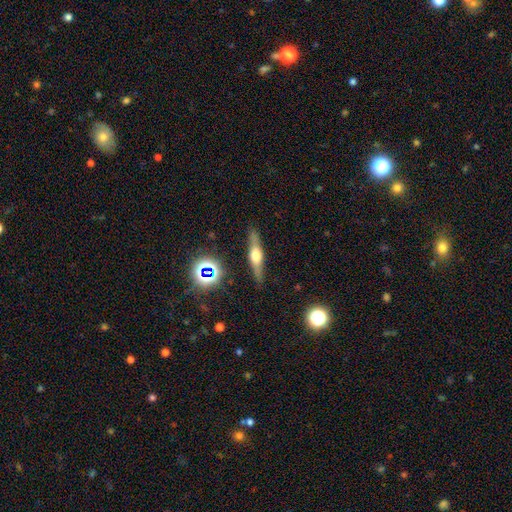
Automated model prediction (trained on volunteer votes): smooth_or_featured: featured or disk (p=0.65) [alt: smooth p=0.26]
disk_edge_on: yes (p=0.95) [alt: no p=0.05]
edge_on_bulge: rounded (p=0.90) [alt: boxy p=0.07]
merging: none (p=0.87) [alt: minor disturbance p=0.09]